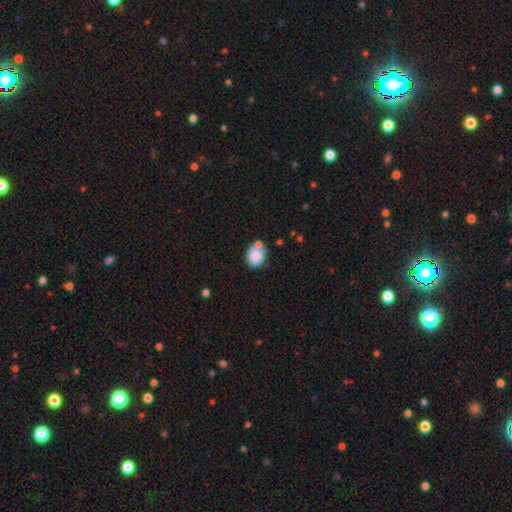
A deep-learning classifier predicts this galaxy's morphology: smooth 83%, featured or disk 9%, star or artifact 8%. Down the decision tree: how rounded — round (51%); merging — none (58%).